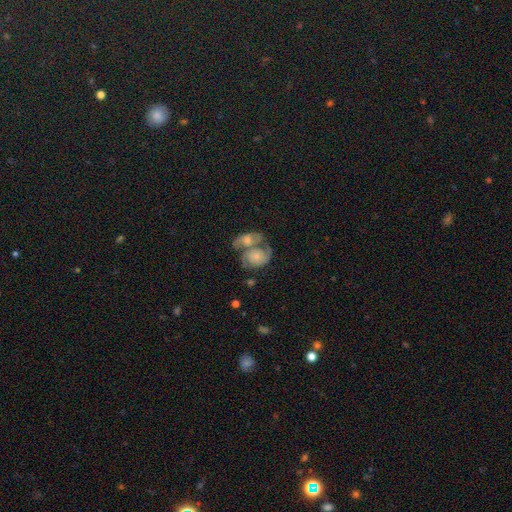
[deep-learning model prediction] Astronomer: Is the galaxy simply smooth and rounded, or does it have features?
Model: featured or disk — 70%.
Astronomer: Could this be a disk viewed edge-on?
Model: no — 97%.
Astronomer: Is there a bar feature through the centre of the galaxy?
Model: no — 73%.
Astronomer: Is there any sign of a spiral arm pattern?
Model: yes — 87%.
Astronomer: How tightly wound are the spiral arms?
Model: medium — 44% (runner-up: tight, 41%).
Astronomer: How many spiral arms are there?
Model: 2 — 64%.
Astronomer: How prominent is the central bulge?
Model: small — 44% (runner-up: moderate, 41%).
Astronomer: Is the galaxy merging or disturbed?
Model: merger — 53% (runner-up: none, 29%).